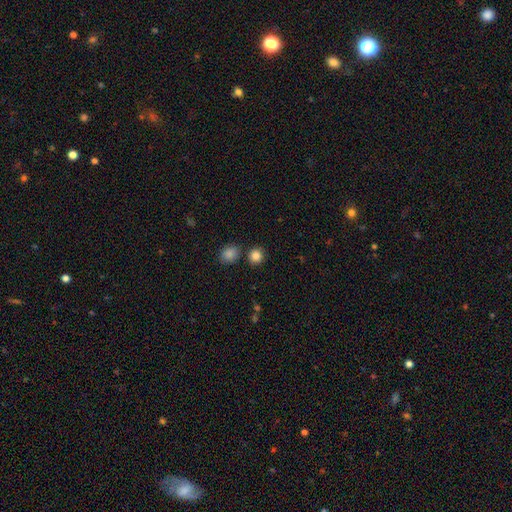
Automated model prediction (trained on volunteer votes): Smooth or featured: smooth — 86% (star or artifact — 11%)
How rounded: round — 88% (in between — 11%)
Merging: none — 81% (merger — 9%)